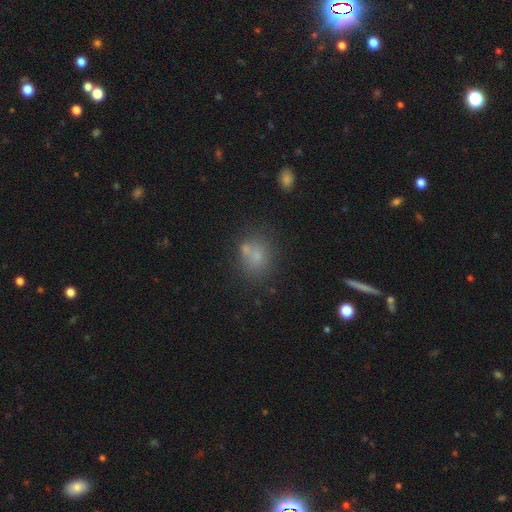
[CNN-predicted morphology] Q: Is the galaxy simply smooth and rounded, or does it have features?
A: smooth — 68%.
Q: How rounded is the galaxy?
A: round — 66%.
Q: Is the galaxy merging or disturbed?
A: none — 57%.